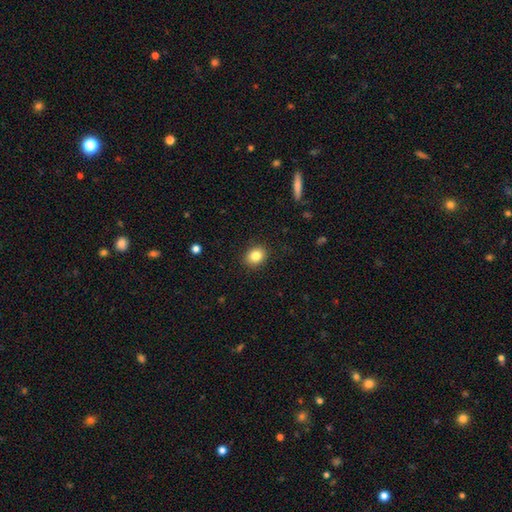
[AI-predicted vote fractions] A smooth galaxy with no disk features (83%) that is round (58%).

Vote fractions:
- Smooth or featured? smooth: 83% / star or artifact: 10% / featured or disk: 7%
- How rounded? round: 58% / in between: 41% / cigar-shaped: 1%
- Merging? none: 89% / minor disturbance: 8% / major disturbance: 2% / merger: 1%